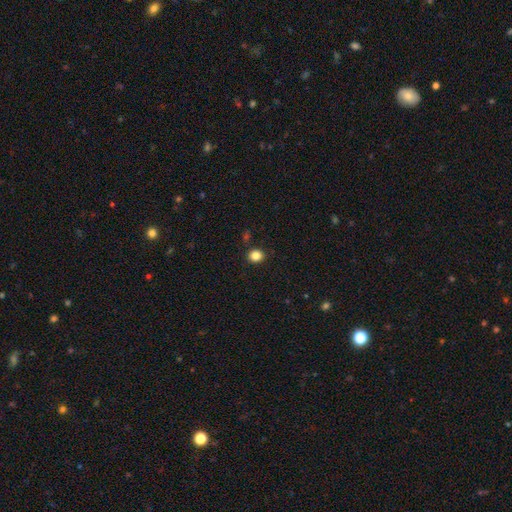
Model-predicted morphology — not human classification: A smooth galaxy with no disk features (84%) that is round (73%).

Vote fractions:
- Smooth or featured? smooth: 84% / star or artifact: 11% / featured or disk: 4%
- How rounded? round: 73% / in between: 26% / cigar-shaped: 1%
- Merging? none: 88% / minor disturbance: 7% / merger: 3% / major disturbance: 2%